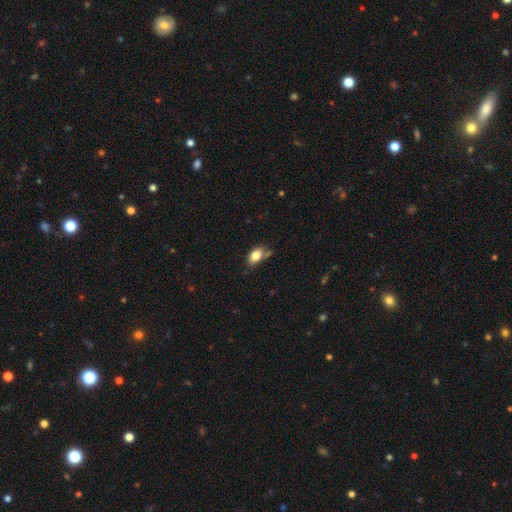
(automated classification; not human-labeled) Overall: smooth (80%). How rounded: in between (88%). Merging: none (53%; minor disturbance 26%).